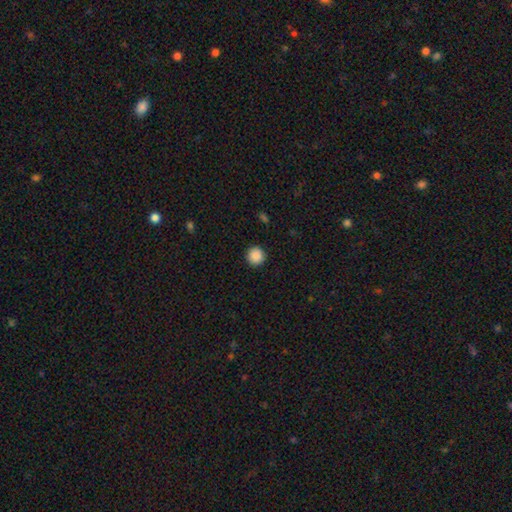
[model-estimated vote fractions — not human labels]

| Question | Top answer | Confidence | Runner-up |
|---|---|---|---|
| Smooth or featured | smooth | 89% | star or artifact (9%) |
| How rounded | round | 95% | in between (4%) |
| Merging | none | 92% | minor disturbance (5%) |